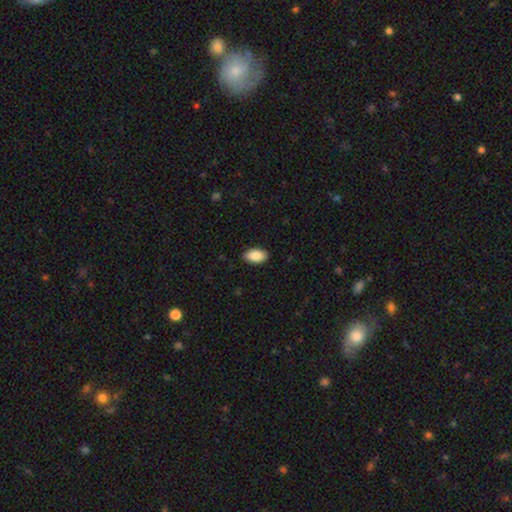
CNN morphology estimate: A smooth galaxy with no disk features (89%) that is in between round and cigar-shaped (95%). Merging: none (88%).